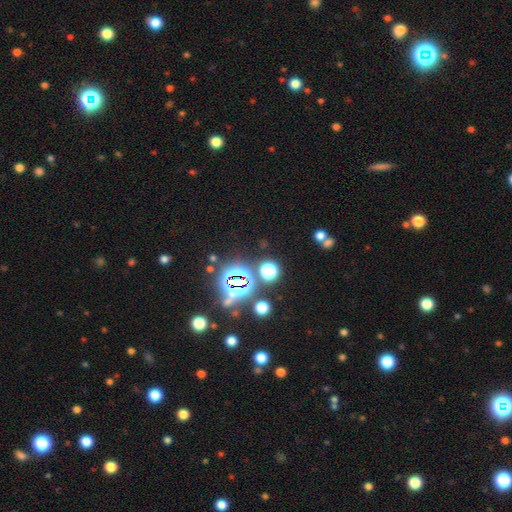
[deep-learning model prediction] A star or artifact, not a galaxy (83%).

Vote fractions:
- Smooth or featured? star or artifact: 83% / smooth: 10% / featured or disk: 7%